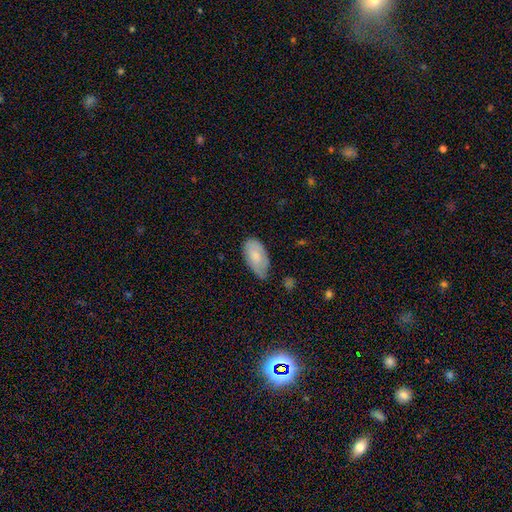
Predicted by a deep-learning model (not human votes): The model was most divided on "merging": none: 49%, minor disturbance: 41%, major disturbance: 8%, merger: 2%. More confident: how rounded — in between (94%); smooth or featured — smooth (75%).